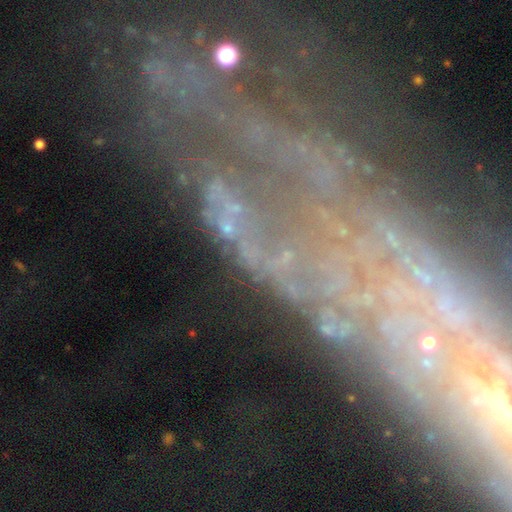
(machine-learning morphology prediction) The model was most divided on "smooth or featured": star or artifact: 61%, featured or disk: 25%, smooth: 15%.